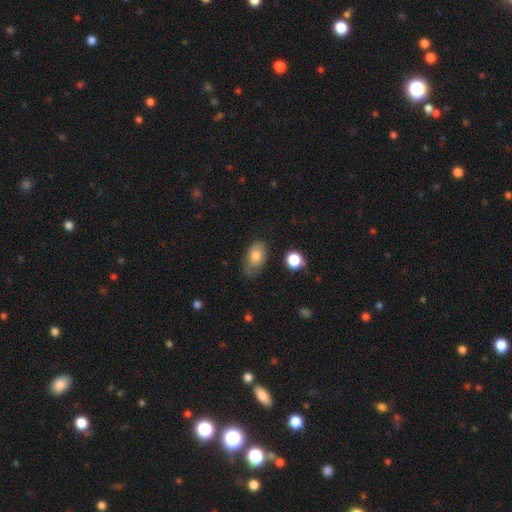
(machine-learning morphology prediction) Smooth or featured: smooth — 78% (featured or disk — 14%)
How rounded: in between — 88% (round — 10%)
Merging: none — 62% (minor disturbance — 28%)